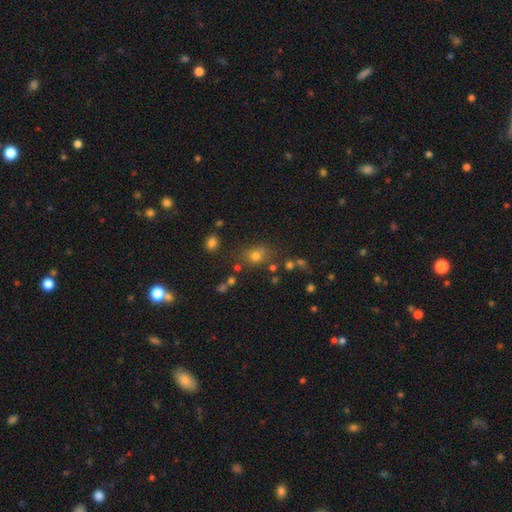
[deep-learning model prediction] smooth_or_featured: smooth (p=0.69) [alt: star or artifact p=0.21]
how_rounded: round (p=0.56) [alt: in between p=0.42]
merging: none (p=0.70) [alt: minor disturbance p=0.15]